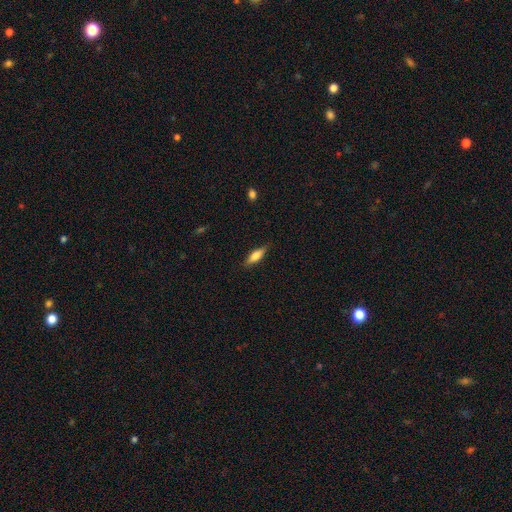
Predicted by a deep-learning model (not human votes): Smooth or featured?
  - smooth: 74% *
  - featured or disk: 19%
  - star or artifact: 6%
How rounded?
  - in between: 55% *
  - cigar-shaped: 43%
  - round: 2%
Merging?
  - none: 83% *
  - minor disturbance: 13%
  - major disturbance: 3%
  - merger: 1%